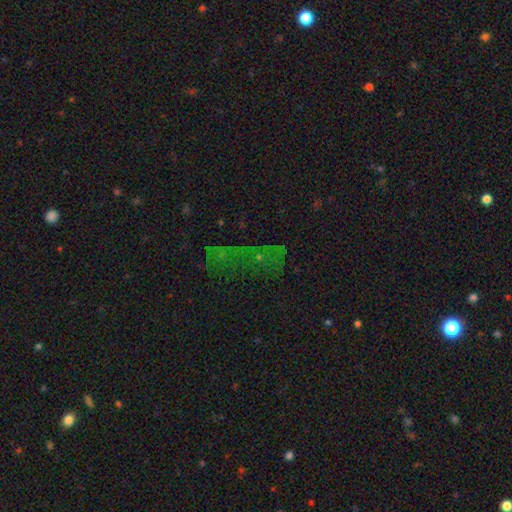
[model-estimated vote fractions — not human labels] Morphology: type=star or artifact (66%).